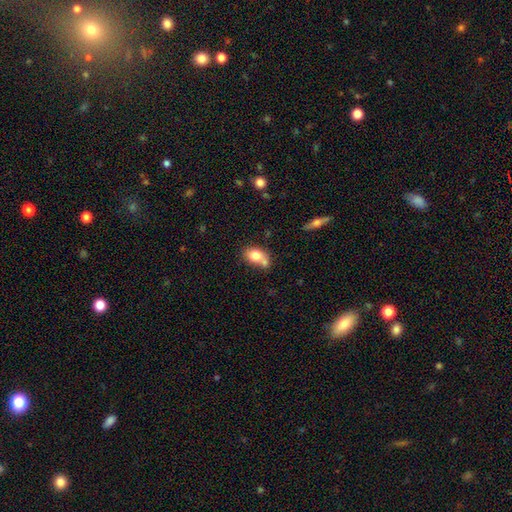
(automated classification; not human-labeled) Smooth or featured: smooth — 76% (featured or disk — 15%)
How rounded: in between — 65% (round — 33%)
Merging: none — 42% (merger — 38%)